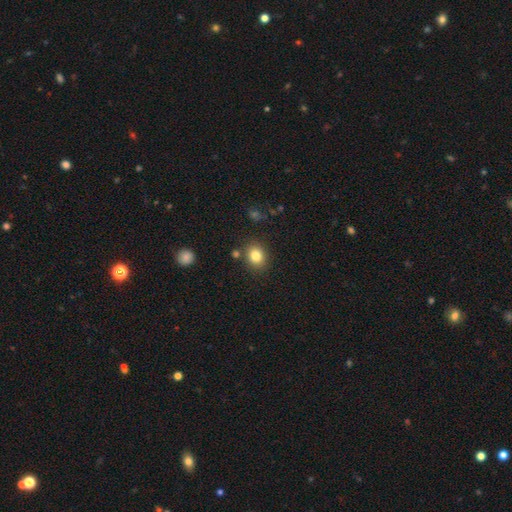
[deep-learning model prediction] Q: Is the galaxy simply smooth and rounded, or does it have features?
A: smooth — 83%.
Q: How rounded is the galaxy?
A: round — 60%.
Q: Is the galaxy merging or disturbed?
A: none — 82%.